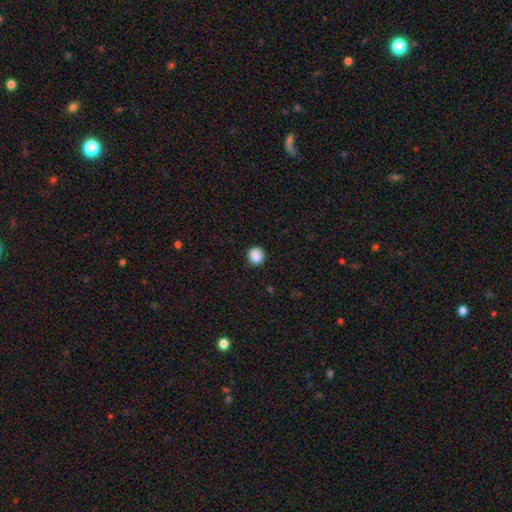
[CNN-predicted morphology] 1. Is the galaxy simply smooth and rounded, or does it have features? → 87% smooth, 9% star or artifact, 4% featured or disk.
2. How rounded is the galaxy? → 83% round, 16% in between, 1% cigar-shaped.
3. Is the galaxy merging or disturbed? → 86% none, 10% minor disturbance, 2% major disturbance, 1% merger.